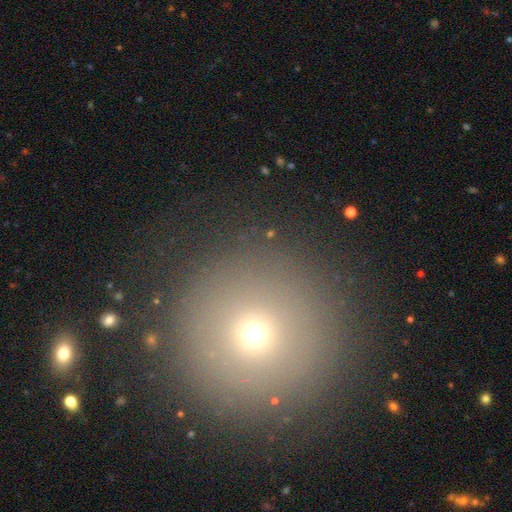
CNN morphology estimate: This is likely a smooth galaxy (64%). How rounded: clearly round (96%). Merging: clearly none (87%).